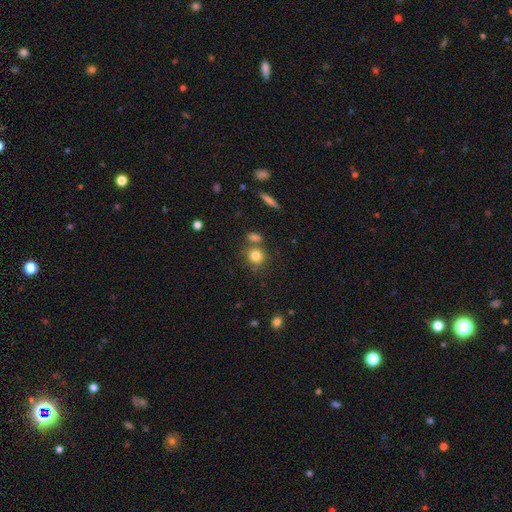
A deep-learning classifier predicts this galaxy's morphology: A smooth galaxy with no disk features (81%) that is round (82%).

Vote fractions:
- Smooth or featured? smooth: 81% / star or artifact: 11% / featured or disk: 9%
- How rounded? round: 82% / in between: 16% / cigar-shaped: 2%
- Merging? none: 64% / merger: 20% / minor disturbance: 12% / major disturbance: 4%